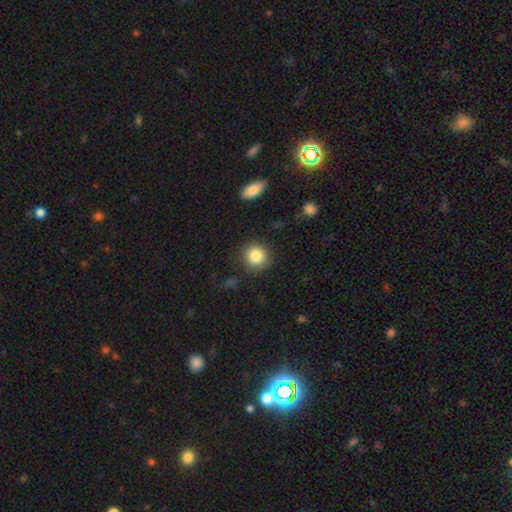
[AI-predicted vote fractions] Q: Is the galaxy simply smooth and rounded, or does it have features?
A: smooth — 85%.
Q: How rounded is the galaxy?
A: round — 91%.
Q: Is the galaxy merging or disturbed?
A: none — 87%.